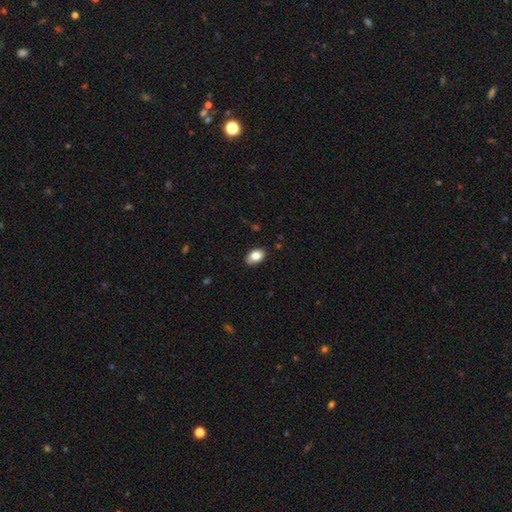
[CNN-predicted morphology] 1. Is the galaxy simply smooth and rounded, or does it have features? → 82% smooth, 10% featured or disk, 8% star or artifact.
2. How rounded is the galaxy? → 85% in between, 13% round, 1% cigar-shaped.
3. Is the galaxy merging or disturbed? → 80% none, 16% minor disturbance, 3% major disturbance, 1% merger.